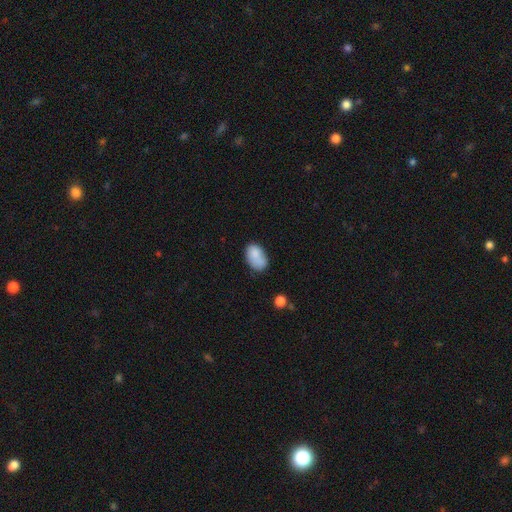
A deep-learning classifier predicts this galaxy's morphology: Smooth or featured? Predicted: smooth (p=0.81). How rounded? Predicted: in between (p=0.88). Merging? Predicted: none (p=0.51).